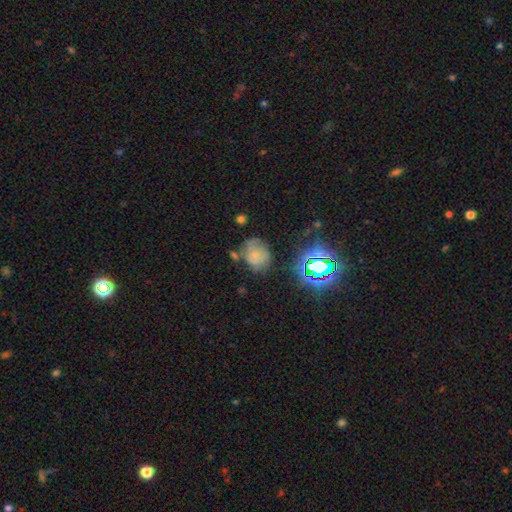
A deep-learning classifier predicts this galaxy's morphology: Smooth or featured? Predicted: smooth (p=0.57). How rounded? Predicted: round (p=0.68). Merging? Predicted: none (p=0.52).